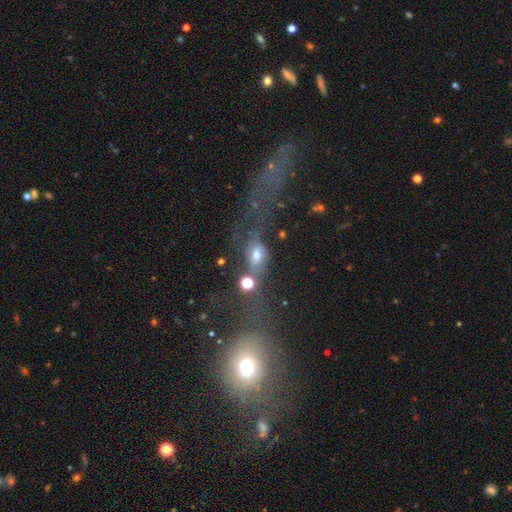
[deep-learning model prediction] Smooth or featured? Predicted: smooth (p=0.44). Merging? Predicted: merger (p=0.43).